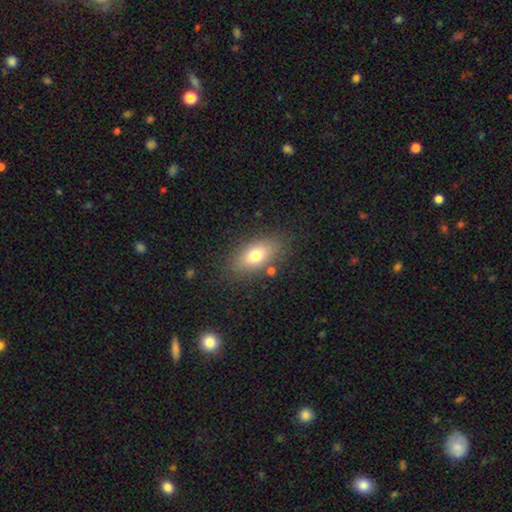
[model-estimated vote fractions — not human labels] smooth-or-featured: smooth: 74% | featured or disk: 17% | star or artifact: 10%
  how-rounded: in between: 85% | round: 8% | cigar-shaped: 7%
  merging: none: 81% | minor disturbance: 11% | major disturbance: 4% | merger: 3%